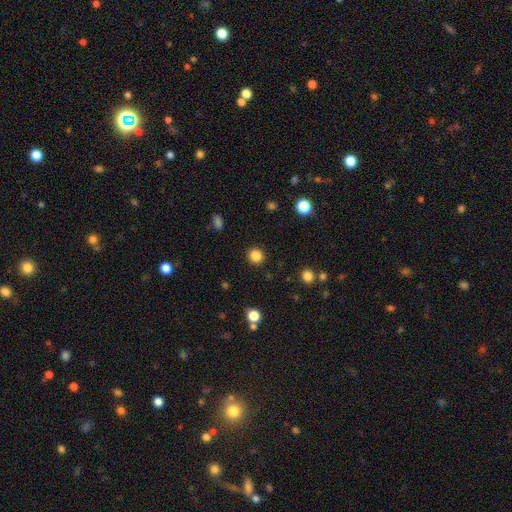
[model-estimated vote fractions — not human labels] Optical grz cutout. It shows a smooth galaxy with no disk features (85%) that is round (90%). Merging: none (91%).